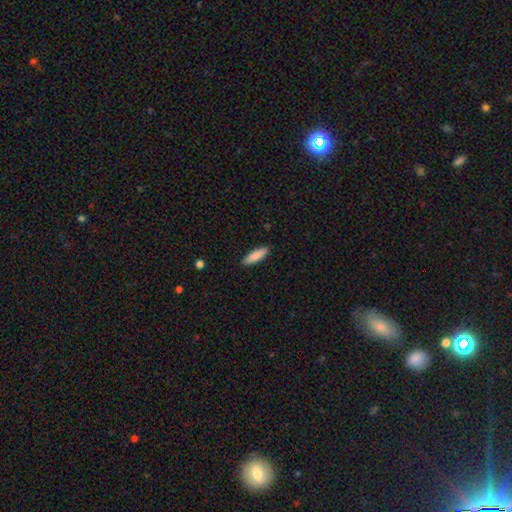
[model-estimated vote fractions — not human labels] smooth-or-featured: smooth: 87% | featured or disk: 8% | star or artifact: 6%
  how-rounded: cigar-shaped: 62% | in between: 37% | round: 1%
  merging: none: 90% | minor disturbance: 7% | major disturbance: 2% | merger: 1%